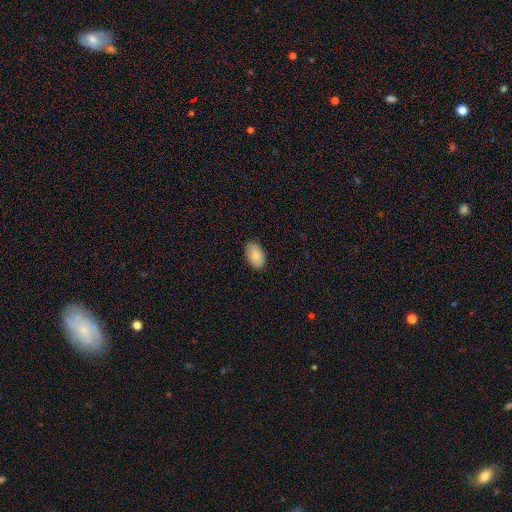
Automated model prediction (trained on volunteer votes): smooth 88%, star or artifact 6%, featured or disk 6%. Down the decision tree: how rounded — in between (94%); merging — none (87%).